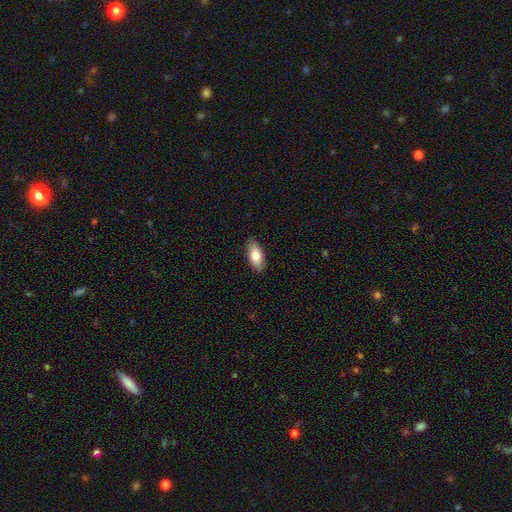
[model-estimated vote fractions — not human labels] Q: Smooth or featured?
A: smooth (79%); runner-up: featured or disk (15%)
Q: How rounded?
A: in between (87%); runner-up: cigar-shaped (11%)
Q: Merging?
A: none (89%); runner-up: minor disturbance (9%)